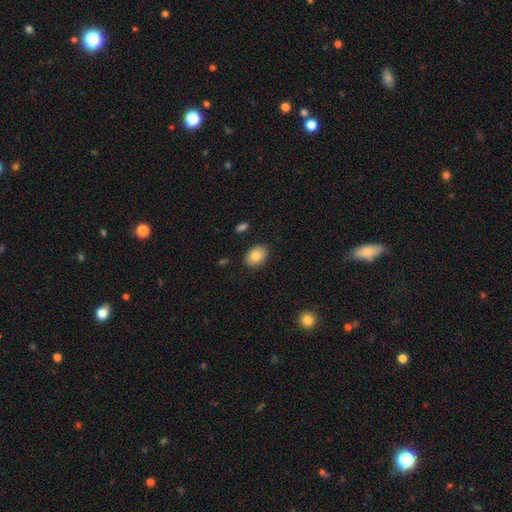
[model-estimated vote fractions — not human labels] This is clearly a smooth galaxy (82%). How rounded: likely in between (76%). Merging: clearly none (87%).